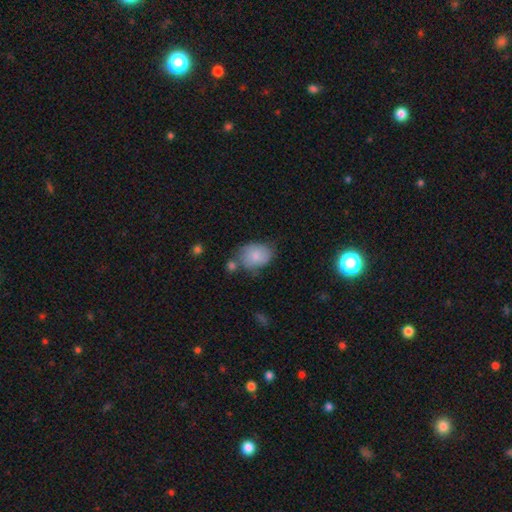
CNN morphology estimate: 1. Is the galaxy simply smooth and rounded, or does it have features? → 80% smooth, 13% featured or disk, 7% star or artifact.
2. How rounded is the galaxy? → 71% in between, 28% round, 1% cigar-shaped.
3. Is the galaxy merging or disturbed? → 52% none, 26% minor disturbance, 14% merger, 8% major disturbance.